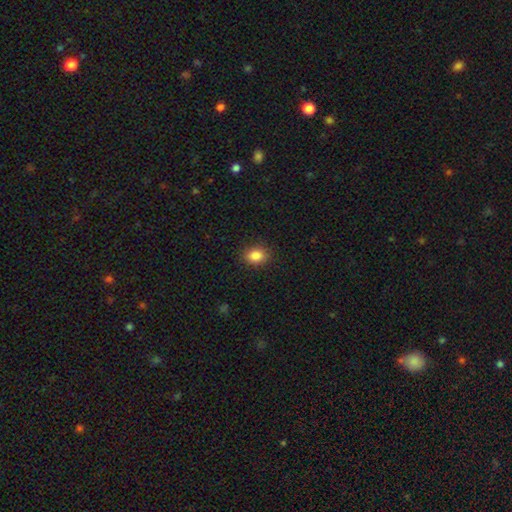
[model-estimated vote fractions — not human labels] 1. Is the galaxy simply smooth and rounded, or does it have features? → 85% smooth, 10% star or artifact, 5% featured or disk.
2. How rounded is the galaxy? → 59% in between, 40% round, 1% cigar-shaped.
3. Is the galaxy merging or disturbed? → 88% none, 9% minor disturbance, 2% major disturbance, 1% merger.